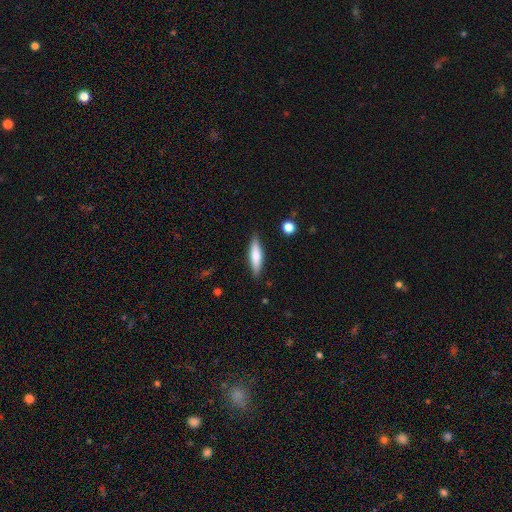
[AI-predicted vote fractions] Smooth or featured? Predicted: smooth (p=0.65). How rounded? Predicted: cigar-shaped (p=0.73). Merging? Predicted: none (p=0.87).